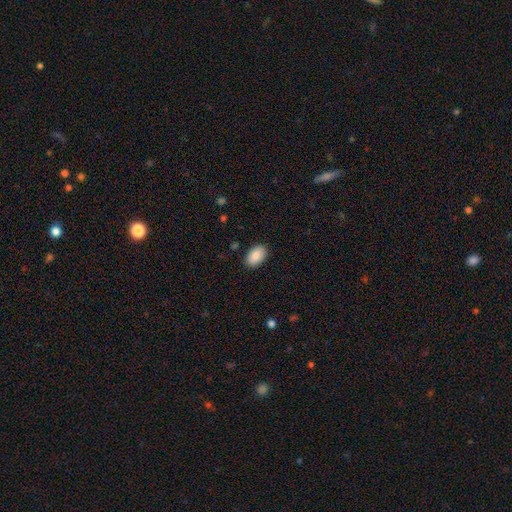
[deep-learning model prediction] smooth 89%, star or artifact 6%, featured or disk 5%. Down the decision tree: how rounded — in between (93%); merging — none (88%).